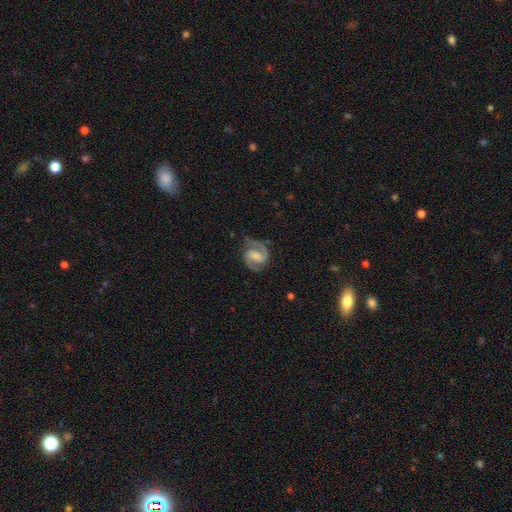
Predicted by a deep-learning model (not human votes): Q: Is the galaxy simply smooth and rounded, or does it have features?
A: featured or disk — 89%.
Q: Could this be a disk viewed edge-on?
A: no — 98%.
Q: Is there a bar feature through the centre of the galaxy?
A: weak — 46%.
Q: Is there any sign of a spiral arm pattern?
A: yes — 98%.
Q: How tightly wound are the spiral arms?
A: medium — 57%.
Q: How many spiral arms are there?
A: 2 — 93%.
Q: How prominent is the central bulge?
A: moderate — 32%.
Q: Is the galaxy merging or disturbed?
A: none — 76%.